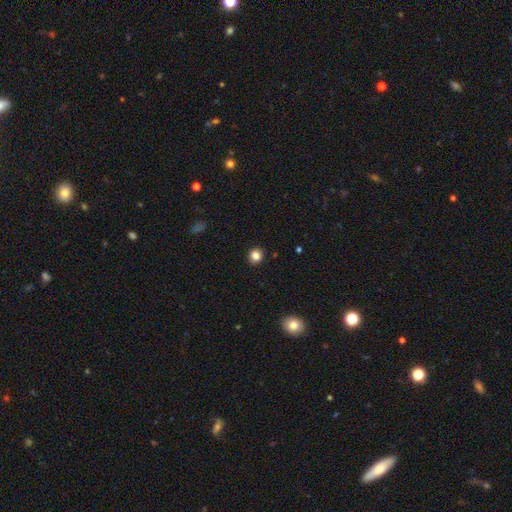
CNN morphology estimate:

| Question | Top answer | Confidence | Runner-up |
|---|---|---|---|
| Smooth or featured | smooth | 84% | star or artifact (11%) |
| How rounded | round | 86% | in between (13%) |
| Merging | none | 92% | minor disturbance (5%) |